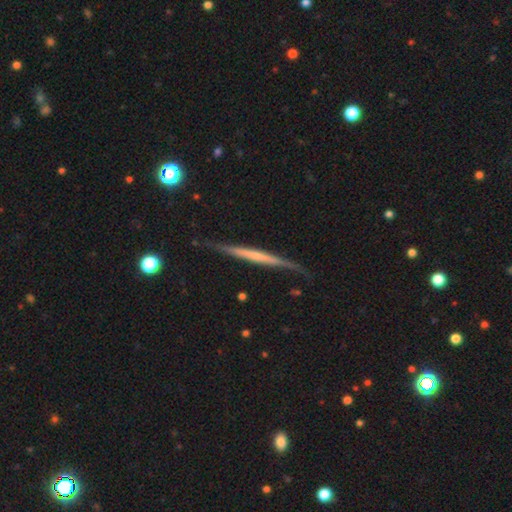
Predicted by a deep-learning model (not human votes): This is likely a featured or disk galaxy (63%). It is clearly viewed edge-on (96%). Edge-on bulge: likely none (76%). Merging: clearly none (80%).